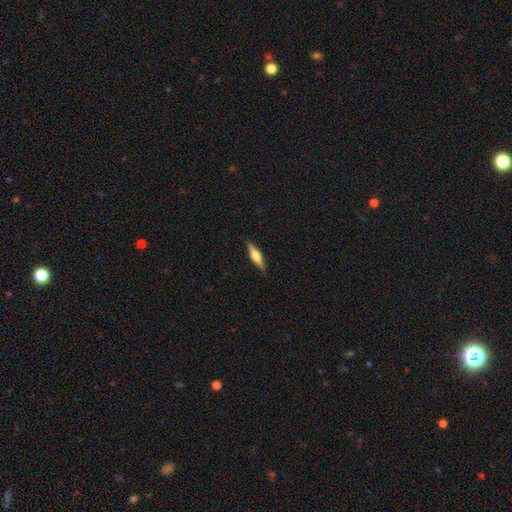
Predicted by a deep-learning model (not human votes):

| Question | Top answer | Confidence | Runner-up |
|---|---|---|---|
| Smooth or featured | featured or disk | 59% | smooth (35%) |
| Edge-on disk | yes | 97% | no (3%) |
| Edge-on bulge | rounded | 88% | boxy (9%) |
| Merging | none | 89% | minor disturbance (9%) |